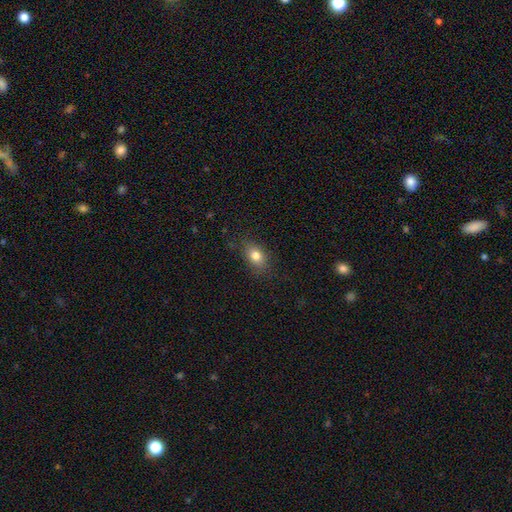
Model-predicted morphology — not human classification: A smooth galaxy with no disk features (80%) that is in between round and cigar-shaped (79%).

Vote fractions:
- Smooth or featured? smooth: 80% / featured or disk: 10% / star or artifact: 10%
- How rounded? in between: 79% / round: 18% / cigar-shaped: 3%
- Merging? none: 83% / minor disturbance: 13% / major disturbance: 3% / merger: 1%